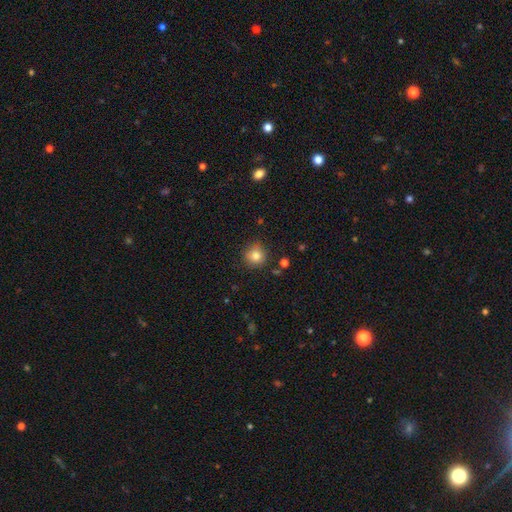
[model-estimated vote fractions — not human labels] Overall: smooth (81%). How rounded: round (93%). Merging: none (86%).